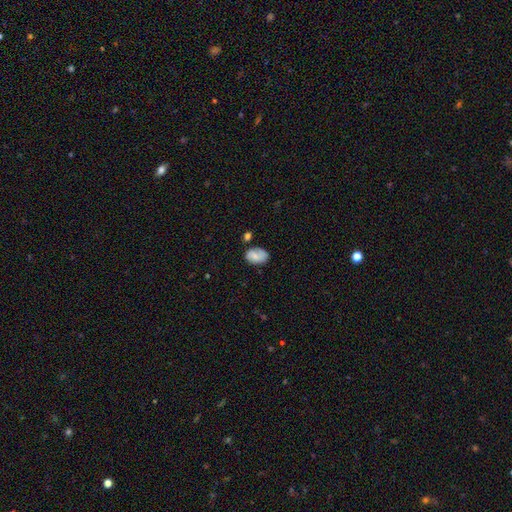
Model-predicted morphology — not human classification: type=smooth (67%); roundness=in between (84%); merging=none (59%).